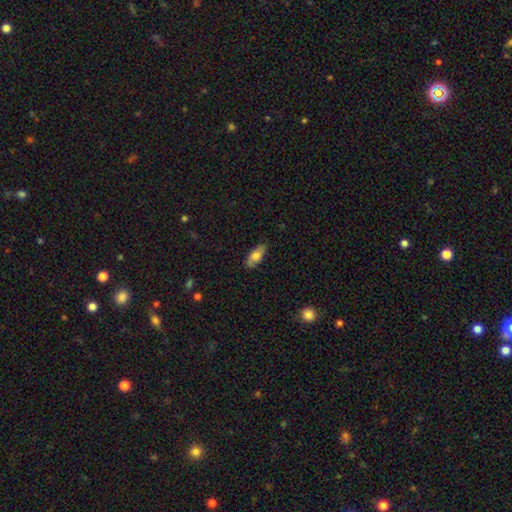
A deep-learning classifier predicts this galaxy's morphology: A smooth galaxy with no disk features (75%) that is in between round and cigar-shaped (77%). Merging: none (84%).